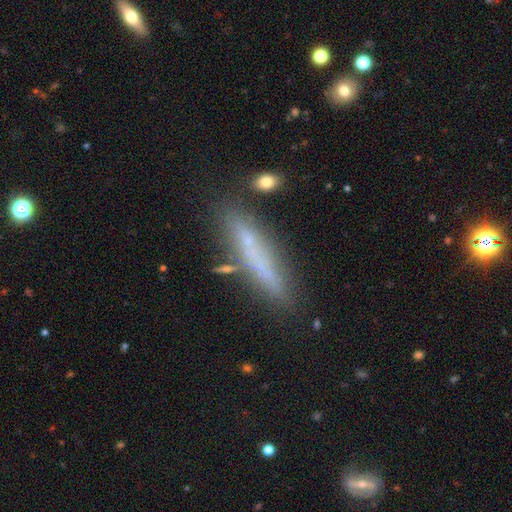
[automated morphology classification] Smooth or featured? Predicted: smooth (p=0.53). How rounded? Predicted: cigar-shaped (p=0.90). Merging? Predicted: none (p=0.77).